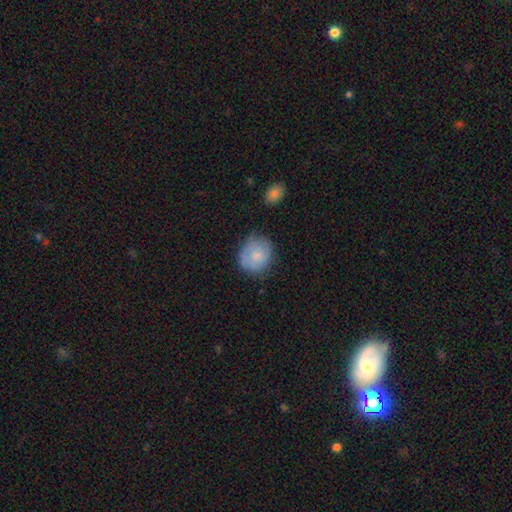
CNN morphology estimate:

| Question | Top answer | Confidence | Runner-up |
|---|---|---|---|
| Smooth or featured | smooth | 71% | featured or disk (22%) |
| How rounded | round | 77% | in between (22%) |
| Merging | none | 69% | minor disturbance (23%) |